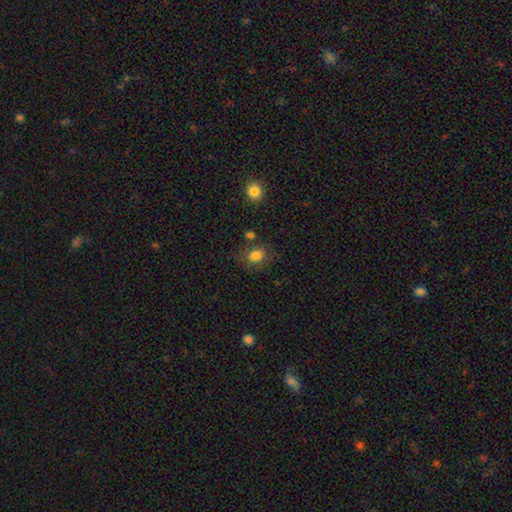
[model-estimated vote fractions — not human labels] Morphology: type=smooth (80%); roundness=round (52%); merging=none (69%).